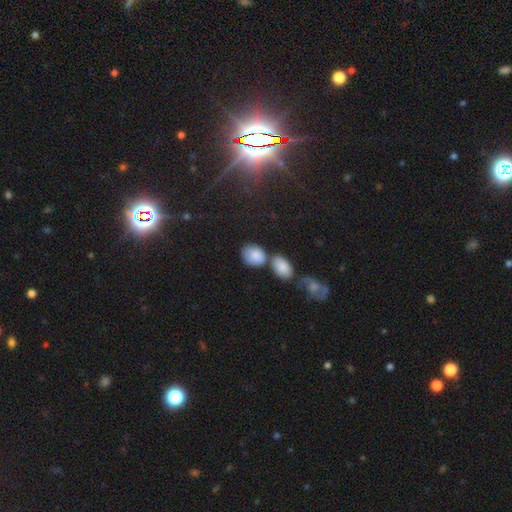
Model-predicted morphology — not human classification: This appears to be a smooth galaxy with no disk features (83%) that is in between round and cigar-shaped (59%). Merging: none (46%).